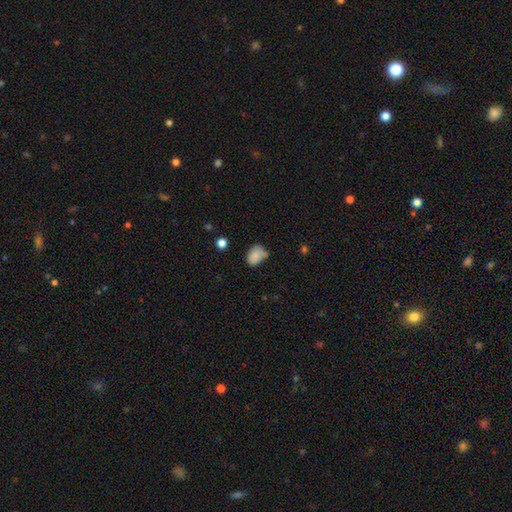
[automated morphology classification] Smooth or featured? Predicted: smooth (p=0.81). How rounded? Predicted: in between (p=0.73). Merging? Predicted: none (p=0.46).